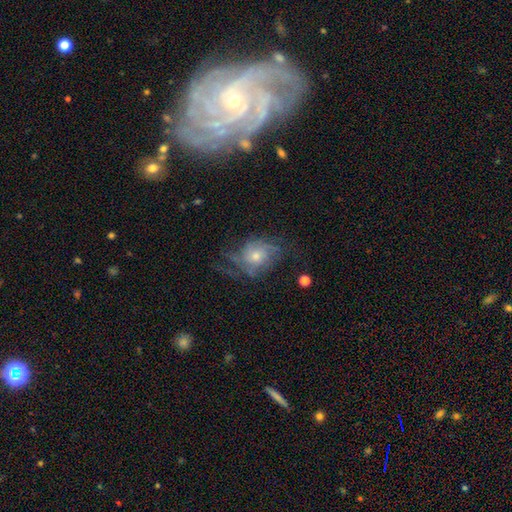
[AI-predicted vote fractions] Morphology: type=featured or disk (67%); edge-on=no (96%); bar=no (79%); spiral arms=yes (82%); winding=medium (40%); arm count=can't tell (42%); bulge=moderate (51%); merging=none (54%).